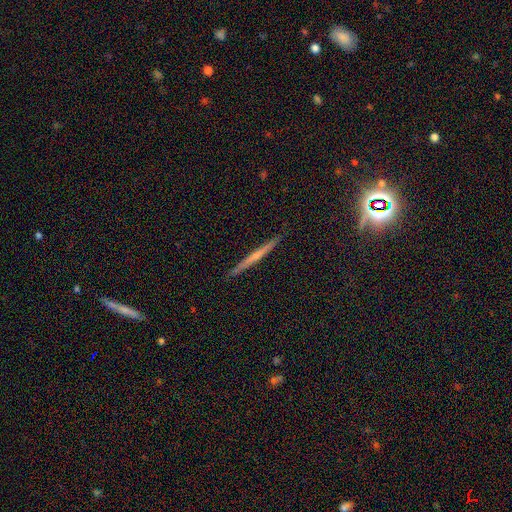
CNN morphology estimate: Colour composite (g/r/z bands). It shows a featured or disk galaxy (58%) viewed edge-on (97%) with no central bulge (60%). Merging: none (91%).